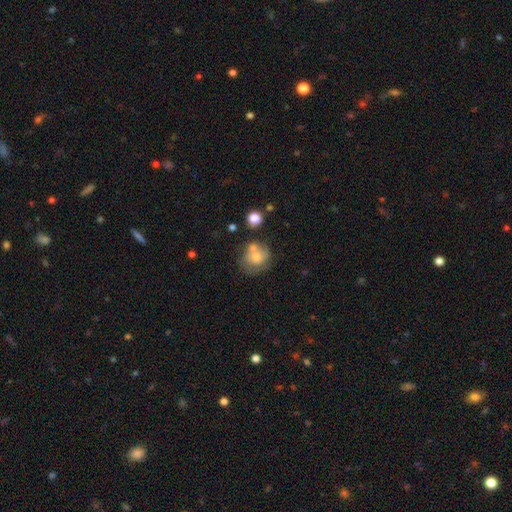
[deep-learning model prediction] A smooth galaxy with no disk features (57%) that is round (69%).

Vote fractions:
- Smooth or featured? smooth: 57% / featured or disk: 34% / star or artifact: 9%
- How rounded? round: 69% / in between: 30% / cigar-shaped: 1%
- Merging? none: 37% / merger: 26% / minor disturbance: 23% / major disturbance: 14%